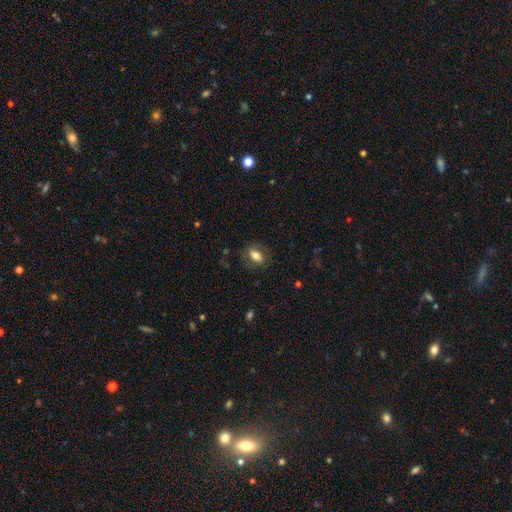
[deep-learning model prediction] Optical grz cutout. It shows a smooth galaxy with no disk features (74%) that is in between round and cigar-shaped (78%). Merging: none (78%).